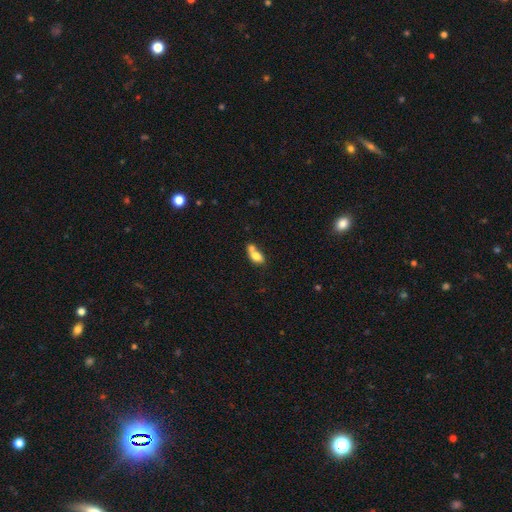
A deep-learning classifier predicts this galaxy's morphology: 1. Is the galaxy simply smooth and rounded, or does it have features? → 76% smooth, 16% featured or disk, 9% star or artifact.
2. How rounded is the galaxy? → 83% in between, 12% round, 6% cigar-shaped.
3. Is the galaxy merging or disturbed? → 56% merger, 27% none, 11% minor disturbance, 6% major disturbance.